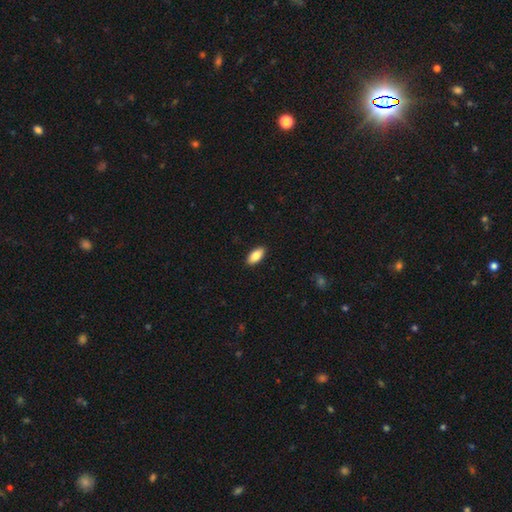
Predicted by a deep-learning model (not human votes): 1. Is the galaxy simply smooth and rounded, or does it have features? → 84% smooth, 9% featured or disk, 6% star or artifact.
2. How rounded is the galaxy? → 89% in between, 8% cigar-shaped, 2% round.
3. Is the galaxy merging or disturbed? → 90% none, 7% minor disturbance, 2% major disturbance, 1% merger.